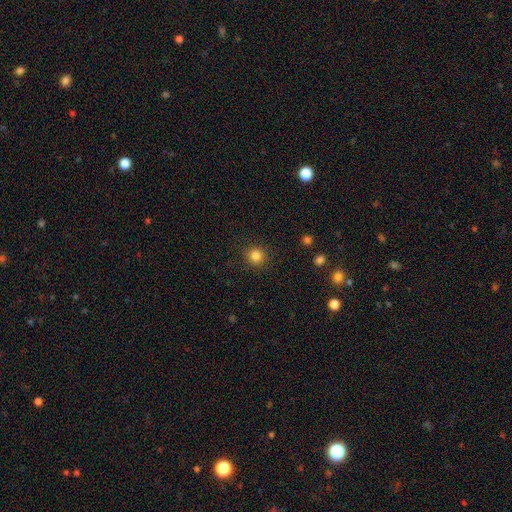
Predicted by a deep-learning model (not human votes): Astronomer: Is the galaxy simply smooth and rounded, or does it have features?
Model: smooth — 83%.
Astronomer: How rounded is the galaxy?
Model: round — 93%.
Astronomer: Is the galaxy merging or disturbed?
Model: none — 90%.